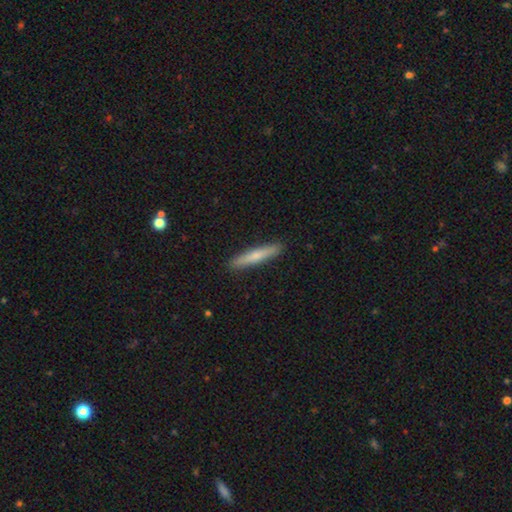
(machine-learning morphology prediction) This appears to be a smooth galaxy with no disk features (65%) that is cigar-shaped (92%). Merging: none (91%).